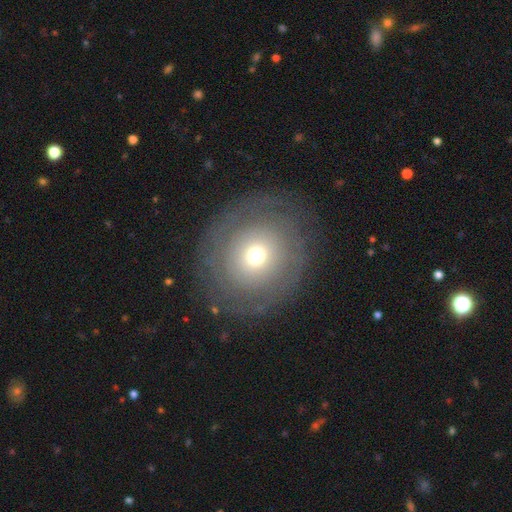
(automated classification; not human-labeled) Q: Smooth or featured?
A: featured or disk (47%); runner-up: smooth (41%)
Q: Merging?
A: none (76%); runner-up: minor disturbance (13%)